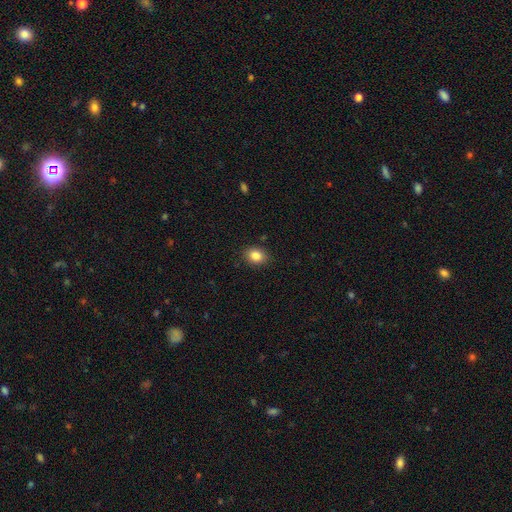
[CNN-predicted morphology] The model was most divided on "how rounded": round: 51%, in between: 48%, cigar-shaped: 1%. More confident: merging — none (87%); smooth or featured — smooth (85%).